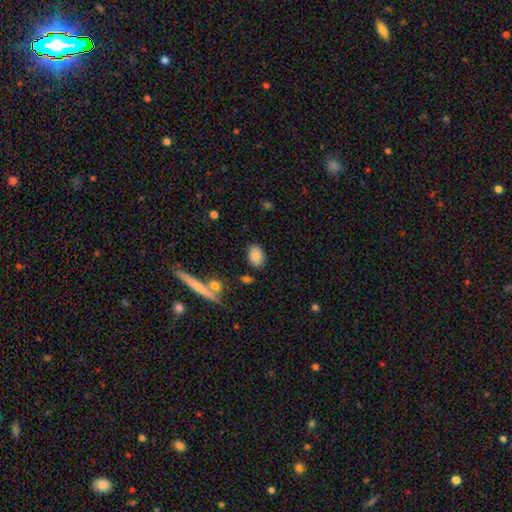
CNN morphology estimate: smooth 83%, star or artifact 9%, featured or disk 8%. Down the decision tree: how rounded — in between (78%); merging — none (81%).